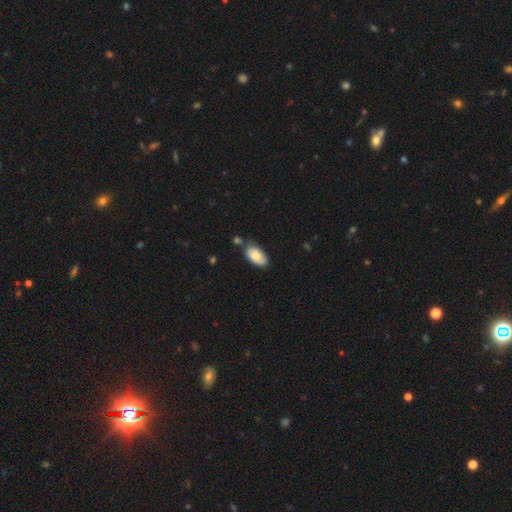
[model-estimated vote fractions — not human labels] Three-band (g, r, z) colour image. It shows a smooth galaxy with no disk features (80%) that is in between round and cigar-shaped (95%). Merging: none (63%).